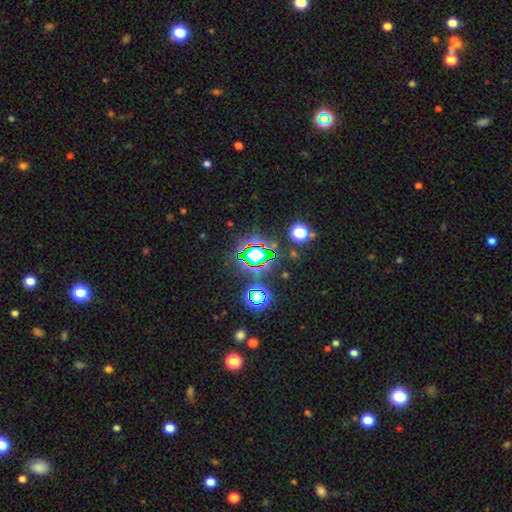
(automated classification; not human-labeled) This is likely a star or artifact rather than a galaxy (74%).